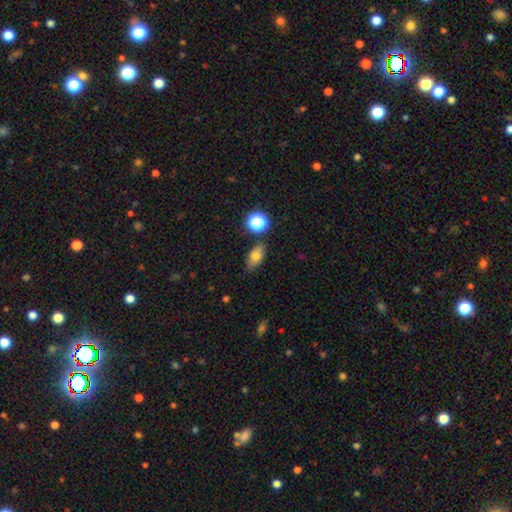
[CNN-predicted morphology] Q: Smooth or featured?
A: smooth (75%); runner-up: featured or disk (13%)
Q: How rounded?
A: in between (82%); runner-up: round (12%)
Q: Merging?
A: none (79%); runner-up: minor disturbance (13%)